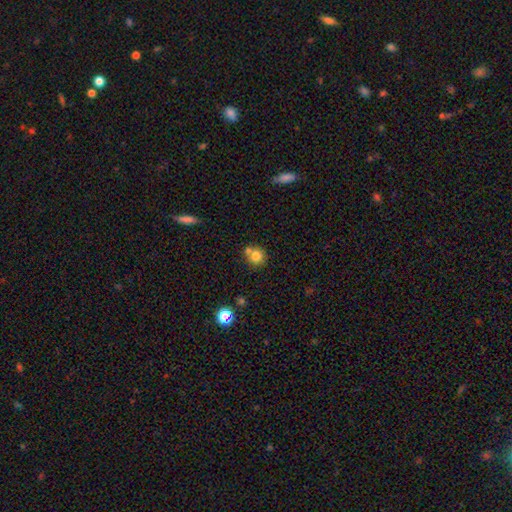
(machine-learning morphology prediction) The model was most divided on "merging": none: 58%, merger: 30%, minor disturbance: 10%, major disturbance: 3%. More confident: how rounded — round (88%); smooth or featured — smooth (77%).